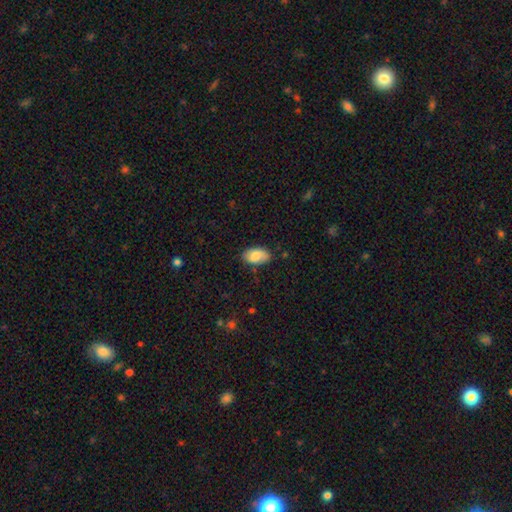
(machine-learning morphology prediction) type=smooth (82%); roundness=in between (93%); merging=none (75%).